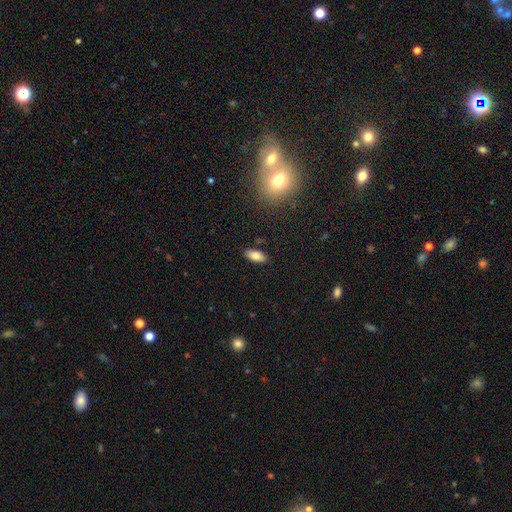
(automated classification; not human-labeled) Smooth or featured: smooth — 83% (featured or disk — 9%)
How rounded: in between — 85% (cigar-shaped — 12%)
Merging: none — 88% (minor disturbance — 9%)